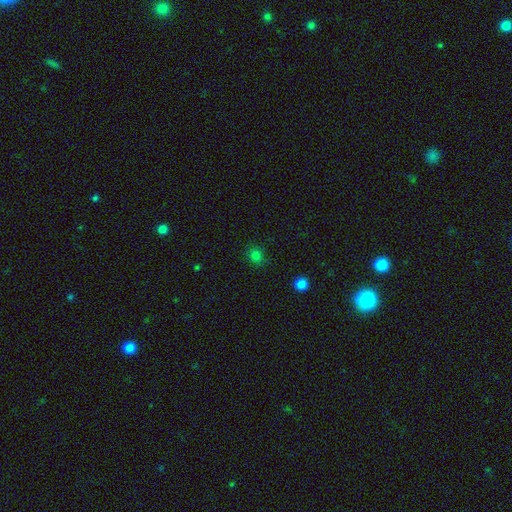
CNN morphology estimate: Q: Smooth or featured?
A: smooth (78%); runner-up: star or artifact (19%)
Q: How rounded?
A: round (82%); runner-up: in between (17%)
Q: Merging?
A: none (87%); runner-up: minor disturbance (9%)